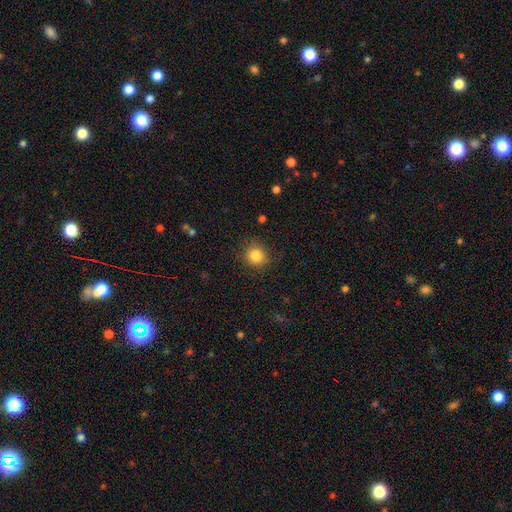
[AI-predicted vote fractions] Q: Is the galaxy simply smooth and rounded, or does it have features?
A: smooth — 84%.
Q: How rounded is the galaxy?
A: round — 88%.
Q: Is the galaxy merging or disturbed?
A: none — 87%.